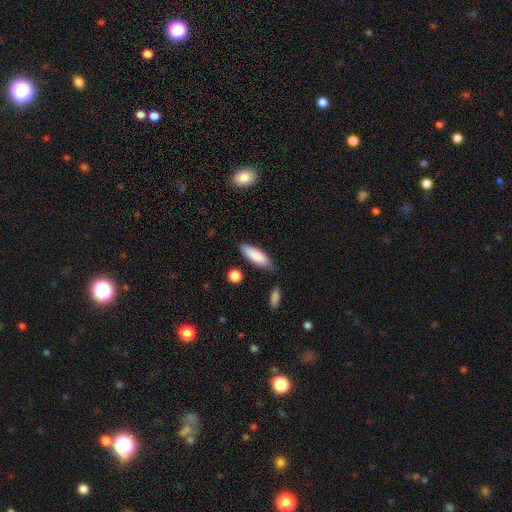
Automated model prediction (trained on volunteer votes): Overall: smooth (86%). How rounded: in between (52%; cigar-shaped 46%). Merging: none (76%).